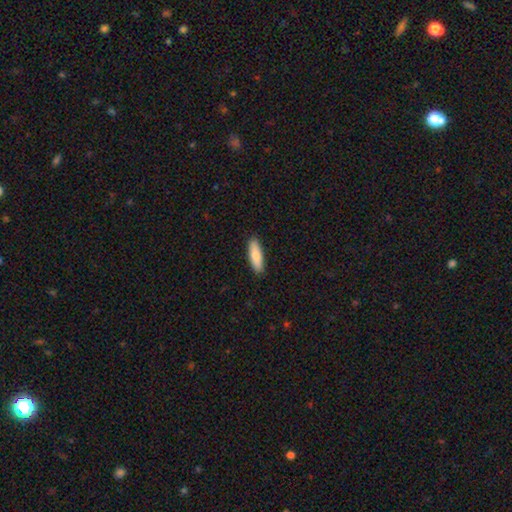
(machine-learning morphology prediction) Smooth or featured: smooth — 81% (featured or disk — 14%)
How rounded: cigar-shaped — 51% (in between — 47%)
Merging: none — 90% (minor disturbance — 7%)